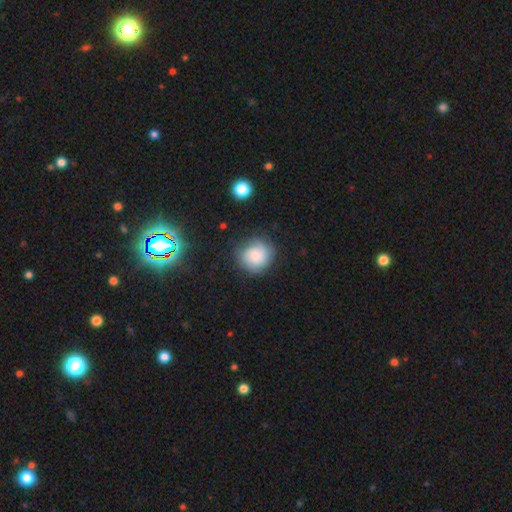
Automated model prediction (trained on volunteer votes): The model was most divided on "merging": none: 72%, minor disturbance: 19%, major disturbance: 7%, merger: 2%. More confident: how rounded — round (86%); smooth or featured — smooth (73%).